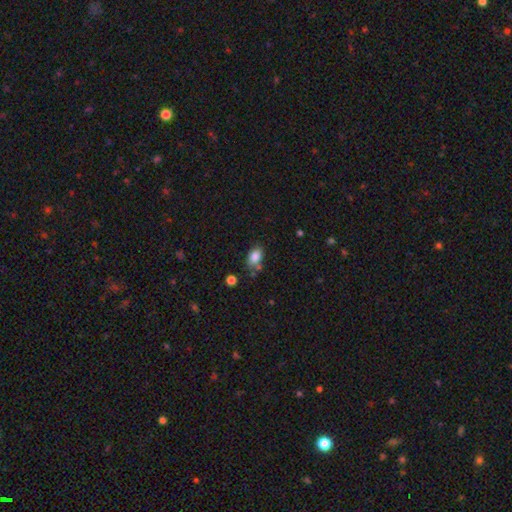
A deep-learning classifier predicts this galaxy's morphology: smooth 85%, star or artifact 9%, featured or disk 6%. Down the decision tree: how rounded — in between (84%); merging — none (67%).